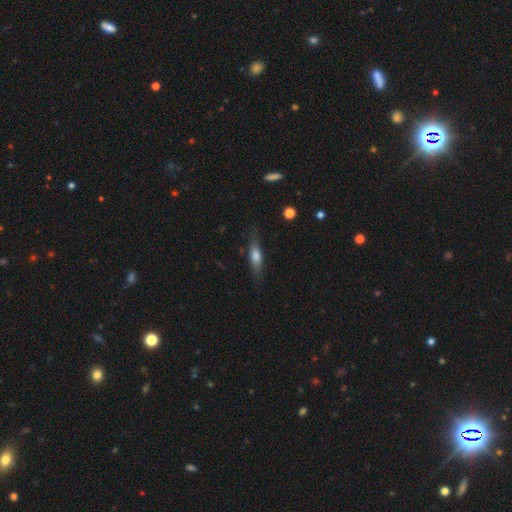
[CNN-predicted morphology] Smooth or featured: smooth — 60% (featured or disk — 33%)
How rounded: cigar-shaped — 57% (in between — 40%)
Merging: none — 77% (minor disturbance — 16%)